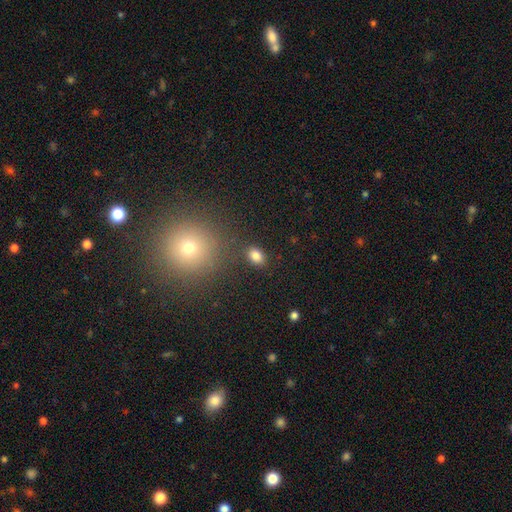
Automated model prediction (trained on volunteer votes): A smooth galaxy with no disk features (82%) that is in between round and cigar-shaped (79%).

Vote fractions:
- Smooth or featured? smooth: 82% / star or artifact: 11% / featured or disk: 6%
- How rounded? in between: 79% / round: 20% / cigar-shaped: 1%
- Merging? none: 81% / minor disturbance: 10% / merger: 5% / major disturbance: 3%